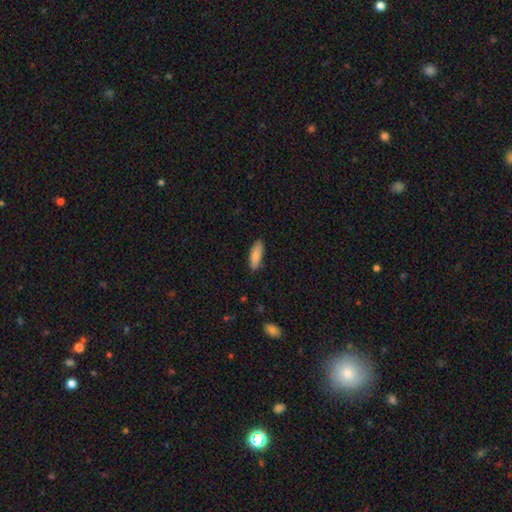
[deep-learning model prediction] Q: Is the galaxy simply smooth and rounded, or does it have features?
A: smooth — 86%.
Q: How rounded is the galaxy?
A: in between — 63%.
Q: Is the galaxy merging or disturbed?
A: none — 82%.